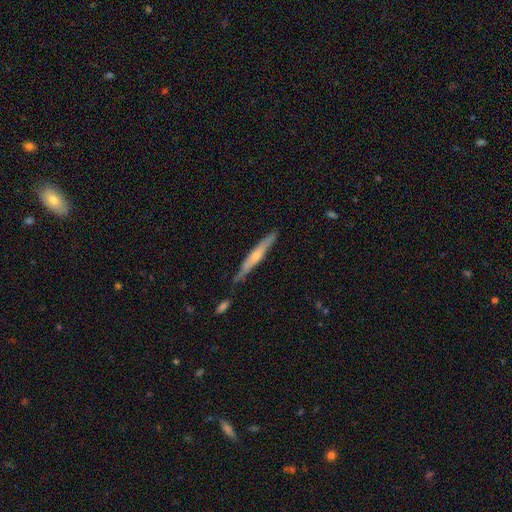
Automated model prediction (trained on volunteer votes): Smooth or featured? featured or disk (68%)
Edge-on disk? yes (96%)
Edge-on bulge? rounded (72%)
Merging? none (82%)